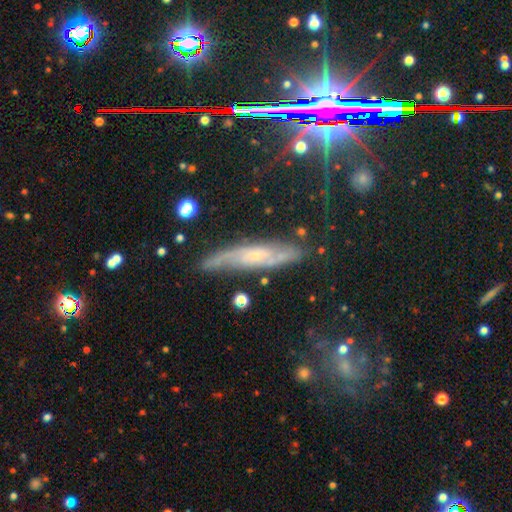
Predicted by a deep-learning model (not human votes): Smooth or featured? Predicted: featured or disk (p=0.67). Edge-on disk? Predicted: no (p=0.56). Merging? Predicted: none (p=0.70).